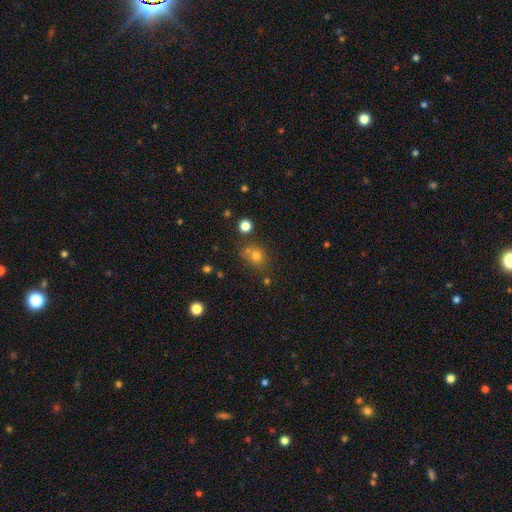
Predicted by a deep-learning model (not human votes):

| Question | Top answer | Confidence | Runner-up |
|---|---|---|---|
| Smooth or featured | smooth | 71% | star or artifact (20%) |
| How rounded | round | 78% | in between (21%) |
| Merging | none | 64% | merger (18%) |